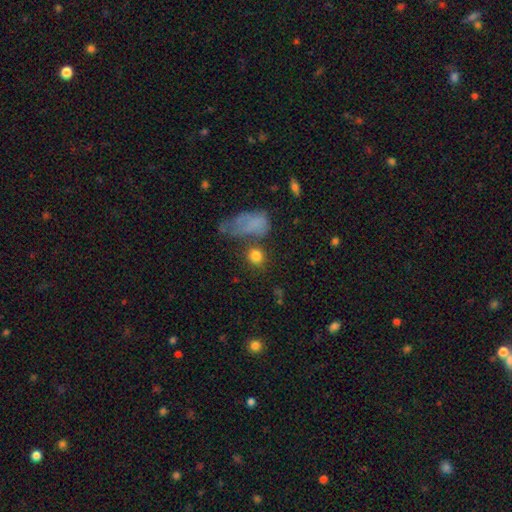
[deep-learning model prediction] A smooth galaxy with no disk features (81%) that is round (76%). Merging: none (66%).